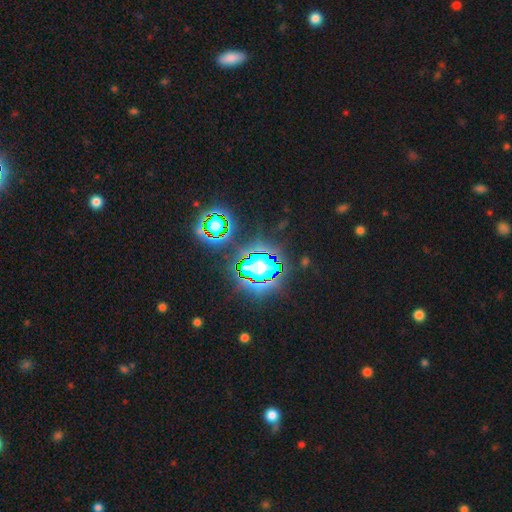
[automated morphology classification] This is clearly a star or artifact rather than a galaxy (82%).